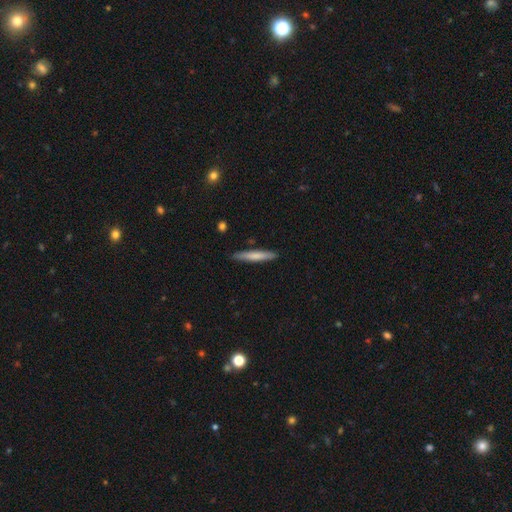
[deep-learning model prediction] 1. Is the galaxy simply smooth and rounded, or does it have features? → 71% smooth, 24% featured or disk, 5% star or artifact.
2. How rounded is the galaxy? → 94% cigar-shaped, 5% in between, 1% round.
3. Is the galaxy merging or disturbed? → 88% none, 8% minor disturbance, 2% merger, 2% major disturbance.